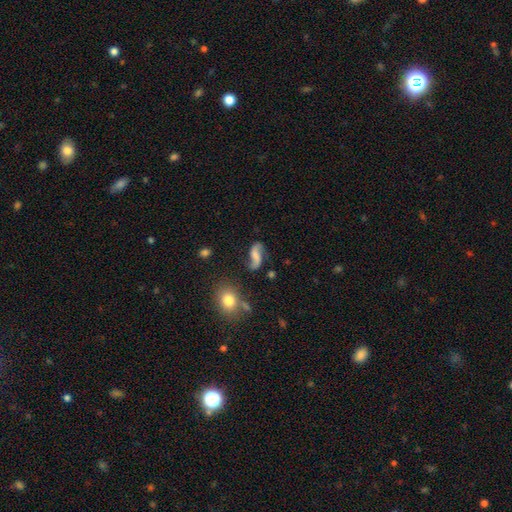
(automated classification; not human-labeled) Morphology: type=featured or disk (77%); edge-on=no (96%); bar=no (47%); spiral arms=yes (95%); winding=loose (79%); arm count=2 (93%); bulge=none (52%); merging=none (69%).